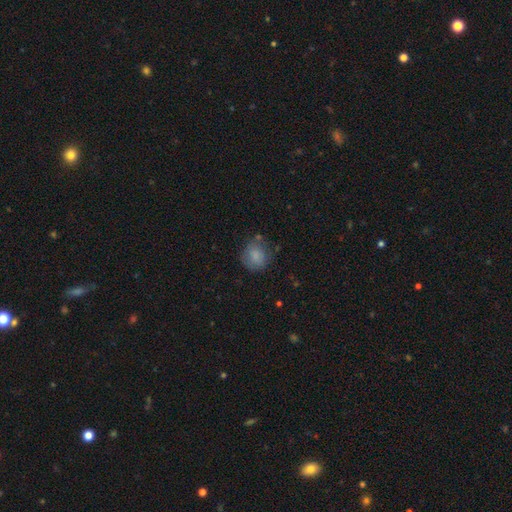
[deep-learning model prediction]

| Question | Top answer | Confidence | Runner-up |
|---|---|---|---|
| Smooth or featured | smooth | 81% | featured or disk (11%) |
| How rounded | round | 80% | in between (19%) |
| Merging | none | 69% | minor disturbance (20%) |